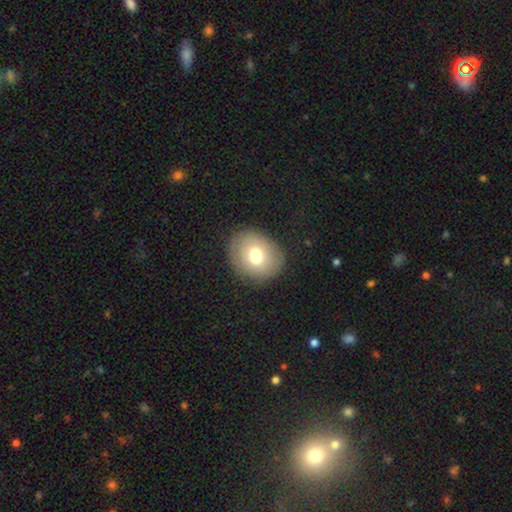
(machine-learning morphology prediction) Smooth or featured? Predicted: smooth (p=0.72). How rounded? Predicted: round (p=0.61). Merging? Predicted: none (p=0.86).